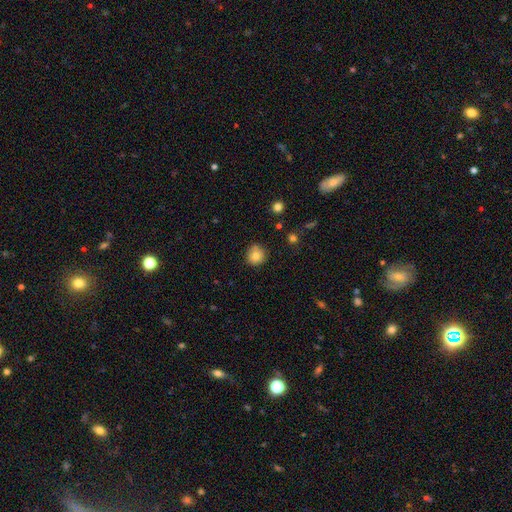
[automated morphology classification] Overall: smooth (80%). How rounded: round (91%). Merging: none (80%).